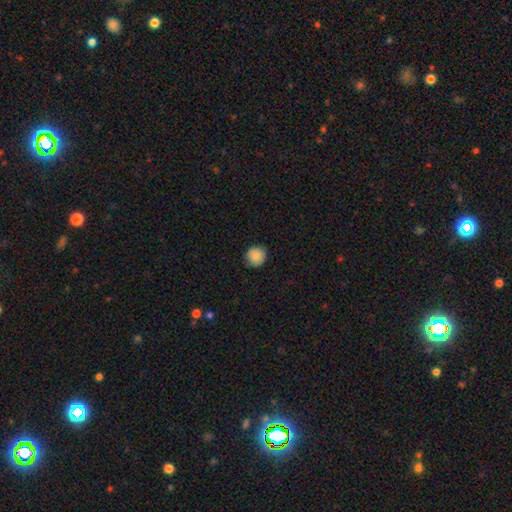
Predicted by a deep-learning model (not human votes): smooth-or-featured: smooth: 87% | star or artifact: 8% | featured or disk: 4%
  how-rounded: round: 92% | in between: 7% | cigar-shaped: 1%
  merging: none: 86% | minor disturbance: 11% | major disturbance: 2% | merger: 1%